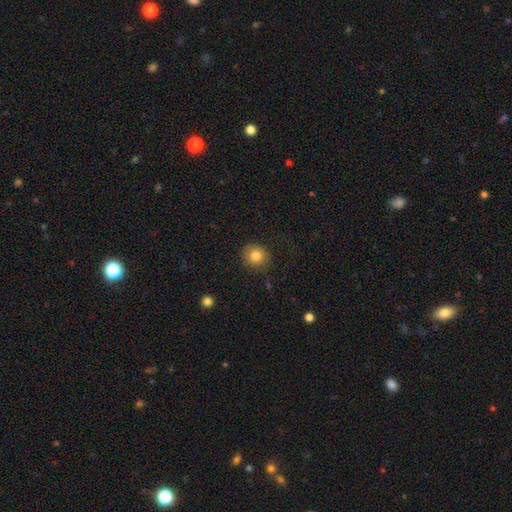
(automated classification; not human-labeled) smooth 82%, star or artifact 10%, featured or disk 7%. Down the decision tree: how rounded — round (89%); merging — none (87%).